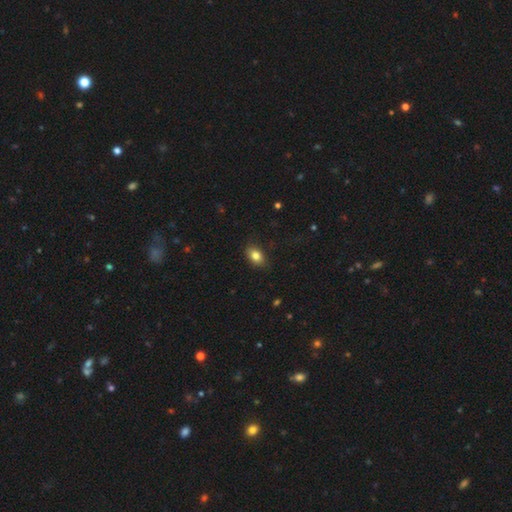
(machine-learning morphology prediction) Smooth or featured? smooth (82%)
How rounded? in between (81%)
Merging? none (84%)